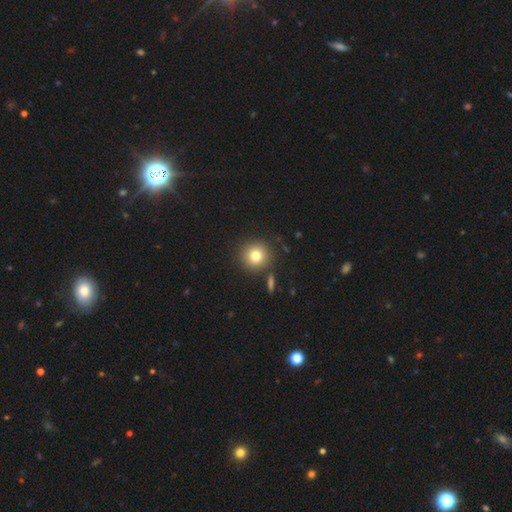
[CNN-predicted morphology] This appears to be a smooth galaxy with no disk features (79%) that is round (93%). Merging: none (86%).